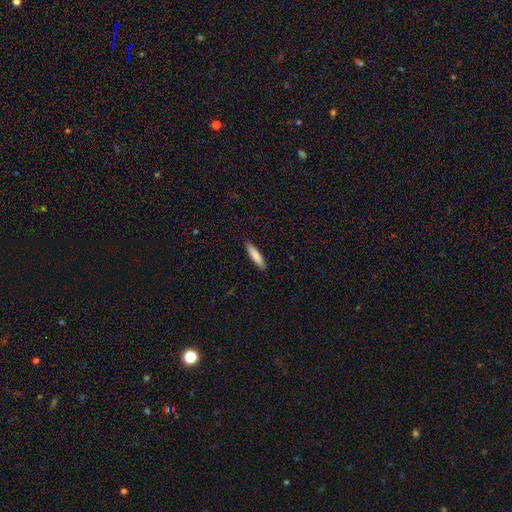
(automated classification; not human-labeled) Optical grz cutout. It shows a smooth galaxy with no disk features (83%) that is cigar-shaped (78%). Merging: none (90%).